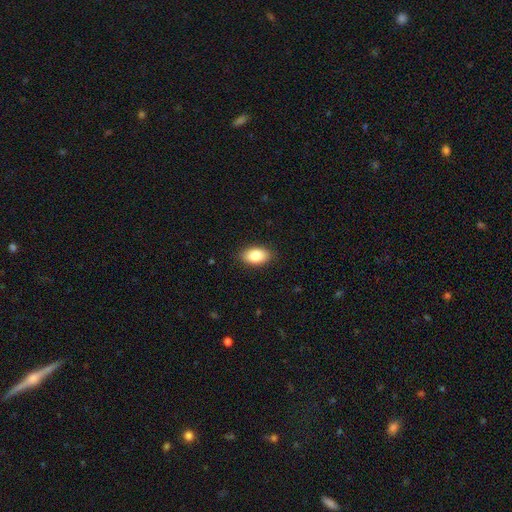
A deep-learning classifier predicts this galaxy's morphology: Q: Smooth or featured?
A: smooth (86%); runner-up: featured or disk (7%)
Q: How rounded?
A: in between (93%); runner-up: round (6%)
Q: Merging?
A: none (88%); runner-up: minor disturbance (9%)